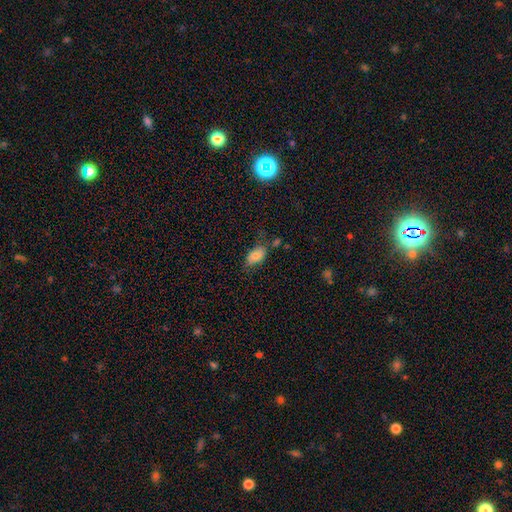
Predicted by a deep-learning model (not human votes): smooth_or_featured: smooth (p=0.81) [alt: featured or disk p=0.11]
how_rounded: in between (p=0.92) [alt: round p=0.05]
merging: none (p=0.62) [alt: minor disturbance p=0.25]